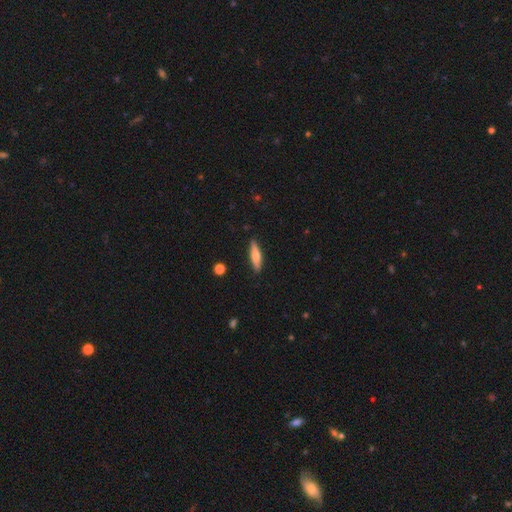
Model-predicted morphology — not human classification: Smooth or featured? smooth (55%)
How rounded? cigar-shaped (71%)
Merging? none (89%)